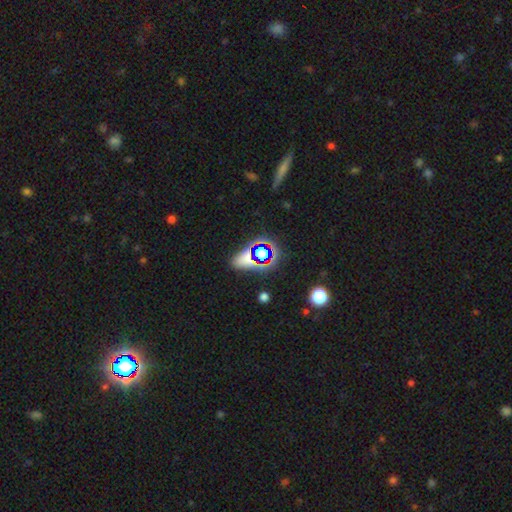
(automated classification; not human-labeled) Smooth or featured?
  - star or artifact: 49% *
  - smooth: 37%
  - featured or disk: 14%